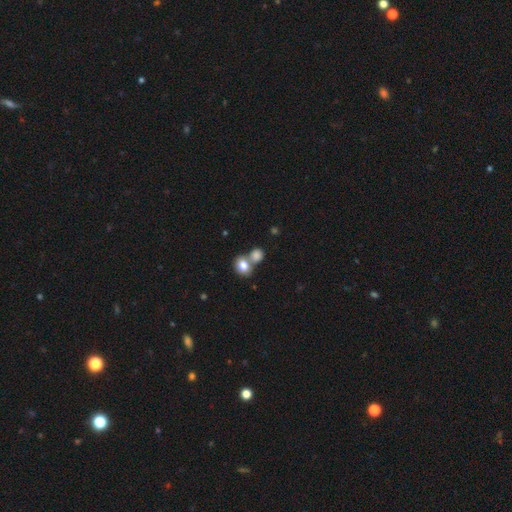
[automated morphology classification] type=smooth (81%); roundness=round (69%); merging=merger (46%).